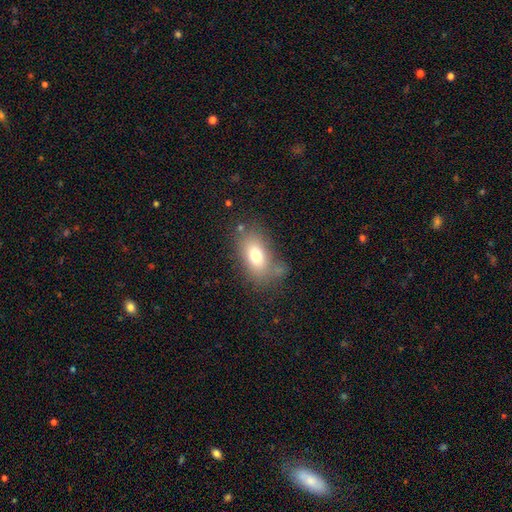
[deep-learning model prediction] This appears to be a smooth galaxy with no disk features (73%) that is in between round and cigar-shaped (87%). Merging: none (67%).